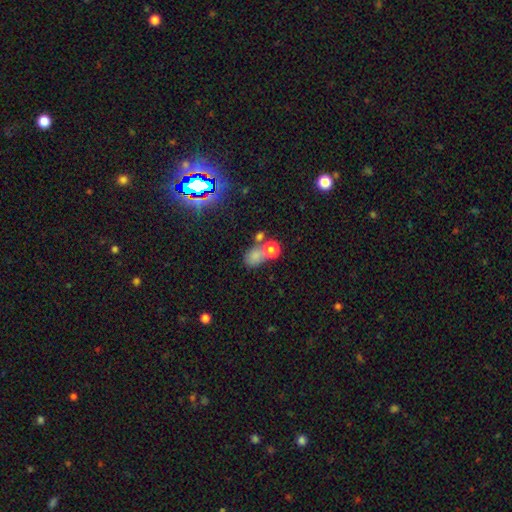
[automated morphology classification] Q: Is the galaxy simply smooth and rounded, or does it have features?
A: smooth — 72%.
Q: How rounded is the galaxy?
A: round — 53%.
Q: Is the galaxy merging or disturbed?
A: none — 41%.